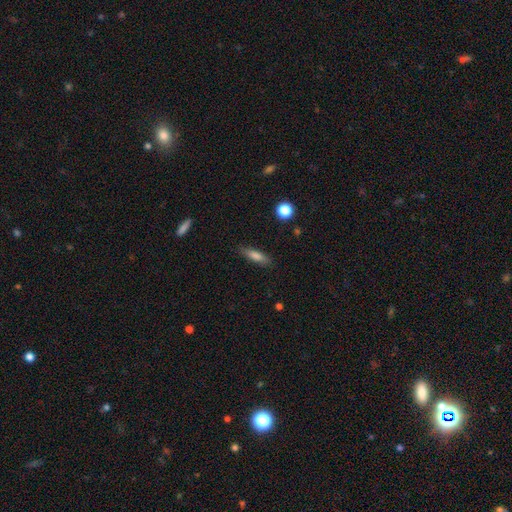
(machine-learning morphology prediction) Overall: smooth (76%). How rounded: cigar-shaped (64%; in between 33%). Merging: none (84%).